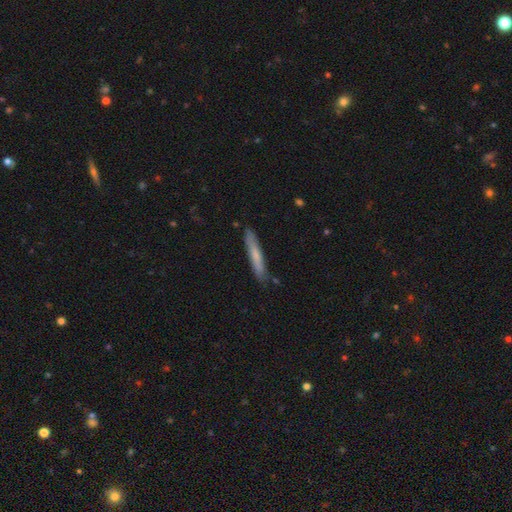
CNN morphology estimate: This is likely a smooth galaxy (65%). How rounded: clearly cigar-shaped (94%). Merging: clearly none (84%).